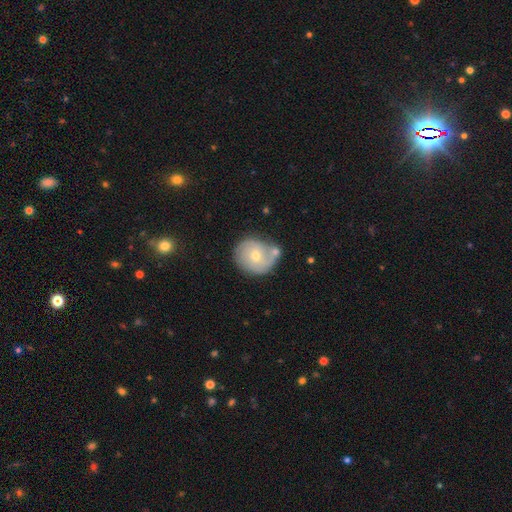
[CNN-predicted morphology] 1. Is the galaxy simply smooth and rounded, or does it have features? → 59% featured or disk, 33% smooth, 8% star or artifact.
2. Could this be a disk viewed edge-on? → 97% no, 3% yes.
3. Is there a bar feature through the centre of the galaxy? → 74% no, 22% weak, 4% strong.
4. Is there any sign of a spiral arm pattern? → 75% yes, 25% no.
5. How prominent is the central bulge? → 51% small, 46% moderate, 1% large, 1% none, 1% dominant.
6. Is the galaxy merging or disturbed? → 52% none, 22% merger, 19% minor disturbance, 6% major disturbance.